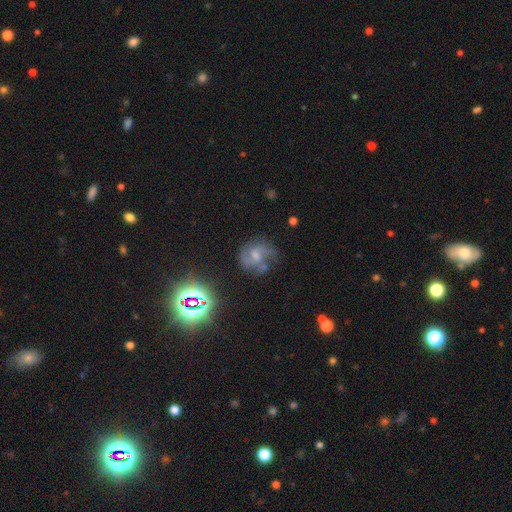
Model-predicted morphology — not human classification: Q: Smooth or featured?
A: featured or disk (63%); runner-up: smooth (23%)
Q: Edge-on disk?
A: no (97%); runner-up: yes (3%)
Q: Bar?
A: no (45%); runner-up: weak (44%)
Q: Spiral arms?
A: yes (82%); runner-up: no (18%)
Q: Bulge size?
A: moderate (39%); runner-up: small (34%)
Q: Merging?
A: none (51%); runner-up: minor disturbance (22%)